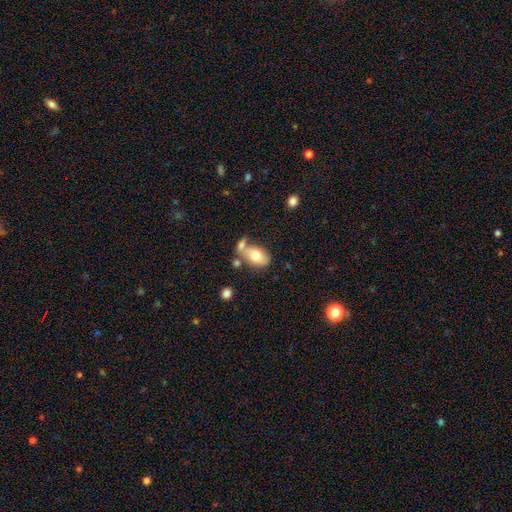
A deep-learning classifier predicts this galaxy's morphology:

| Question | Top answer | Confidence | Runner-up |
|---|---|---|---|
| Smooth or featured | smooth | 72% | featured or disk (21%) |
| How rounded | in between | 87% | round (11%) |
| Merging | none | 42% | merger (34%) |